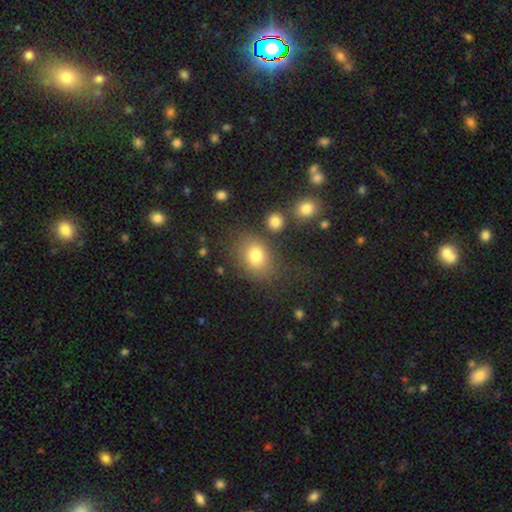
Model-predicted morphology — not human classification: Smooth or featured? smooth (77%)
How rounded? in between (60%)
Merging? none (72%)